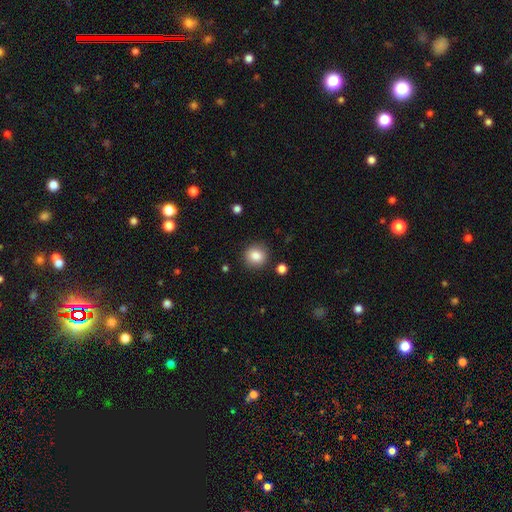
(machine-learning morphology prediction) smooth_or_featured: smooth (p=0.85) [alt: star or artifact p=0.10]
how_rounded: round (p=0.89) [alt: in between p=0.10]
merging: none (p=0.88) [alt: minor disturbance p=0.07]